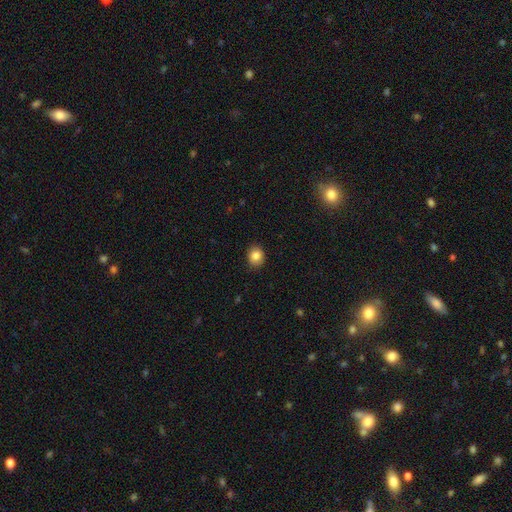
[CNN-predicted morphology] smooth 85%, star or artifact 10%, featured or disk 6%. Down the decision tree: how rounded — round (63%); merging — none (88%).